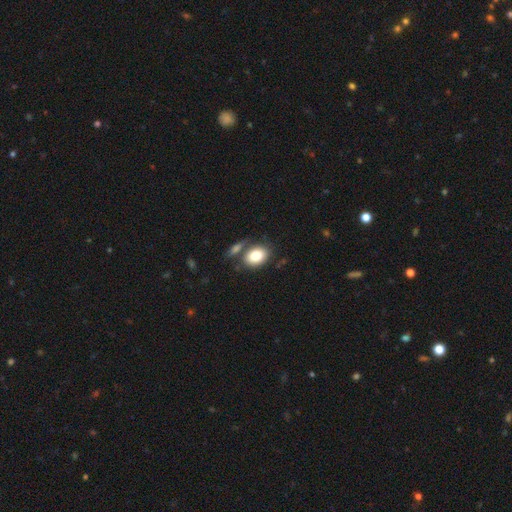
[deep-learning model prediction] Overall: smooth (82%). How rounded: in between (78%). Merging: none (59%; merger 22%).